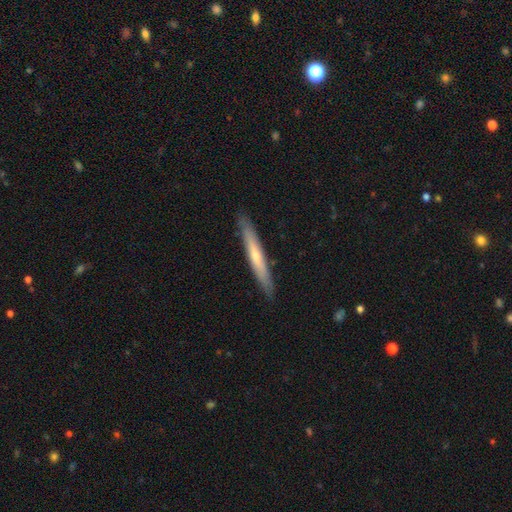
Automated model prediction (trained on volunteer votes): Overall: featured or disk (47%, tied with smooth). Merging: none (89%).